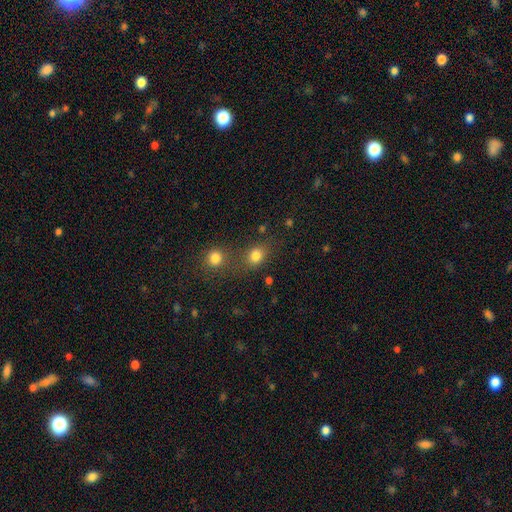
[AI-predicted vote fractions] Morphology: type=smooth (80%); roundness=round (62%); merging=none (55%).